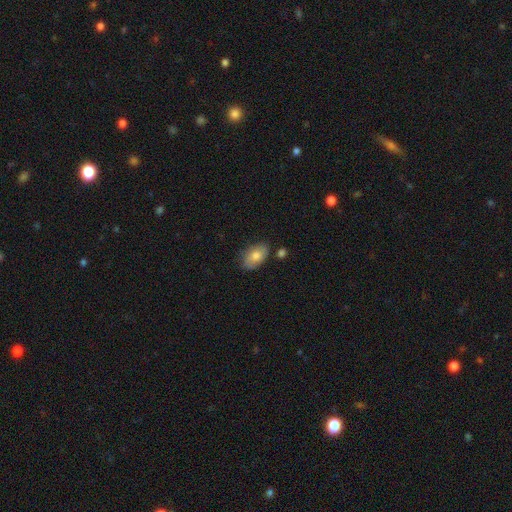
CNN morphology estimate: smooth_or_featured: smooth (p=0.71) [alt: featured or disk p=0.22]
how_rounded: in between (p=0.91) [alt: round p=0.07]
merging: none (p=0.74) [alt: minor disturbance p=0.17]